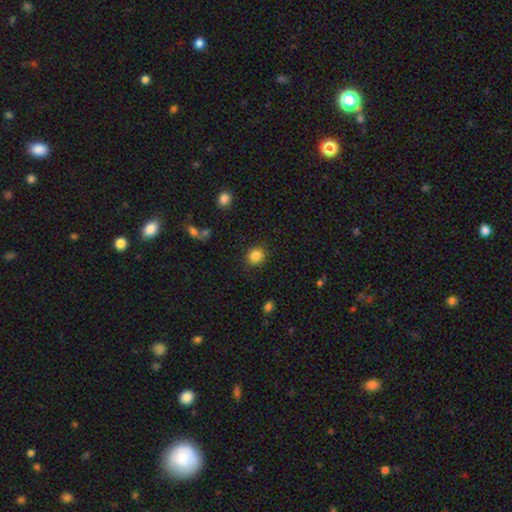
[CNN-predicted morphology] type=smooth (85%); roundness=round (76%); merging=none (87%).